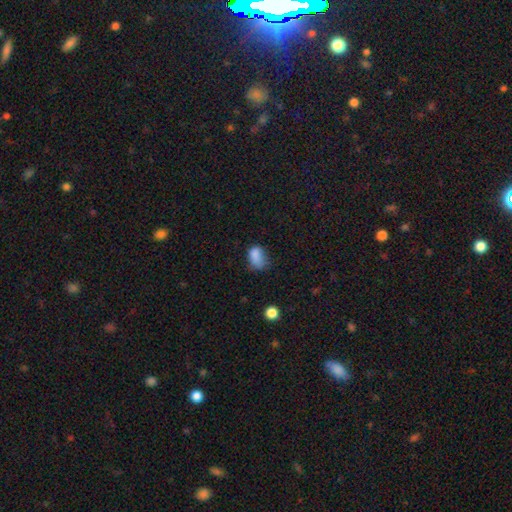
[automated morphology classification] Smooth or featured?
  - smooth: 80% *
  - star or artifact: 11%
  - featured or disk: 9%
How rounded?
  - in between: 78% *
  - round: 20%
  - cigar-shaped: 2%
Merging?
  - minor disturbance: 38% *
  - none: 34%
  - major disturbance: 24%
  - merger: 4%